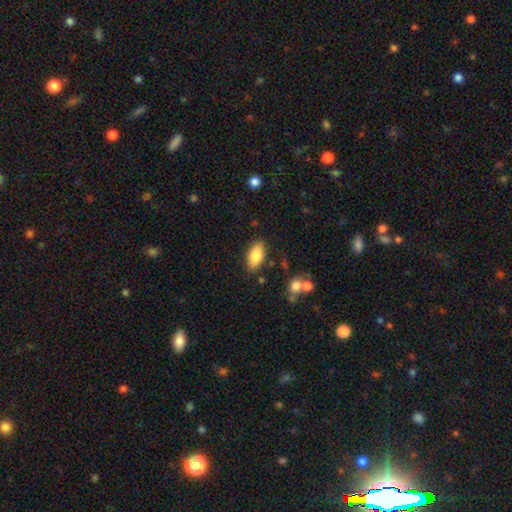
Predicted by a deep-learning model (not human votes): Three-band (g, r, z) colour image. It shows a smooth galaxy with no disk features (83%) that is in between round and cigar-shaped (90%). Merging: none (83%).